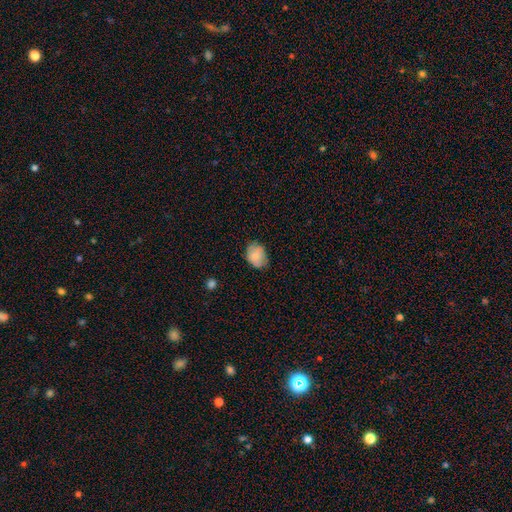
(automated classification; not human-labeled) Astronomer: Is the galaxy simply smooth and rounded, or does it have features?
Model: smooth — 82%.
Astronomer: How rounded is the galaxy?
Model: in between — 70%.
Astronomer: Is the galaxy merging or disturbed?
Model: none — 72%.